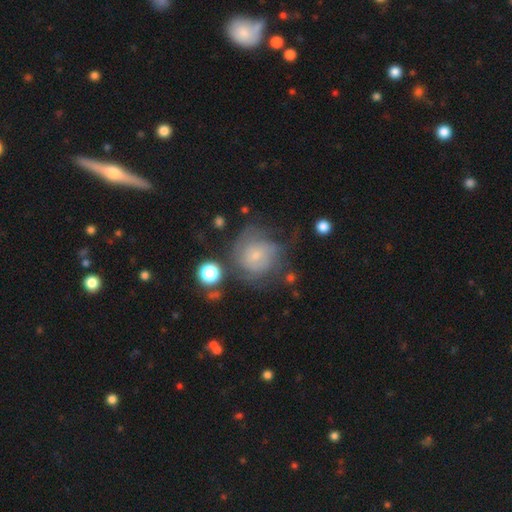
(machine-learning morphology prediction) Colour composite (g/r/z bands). It shows a featured or disk galaxy (57%) with no bar (69%), spiral arms (78%) and a small central bulge (64%). Merging: none (50%).